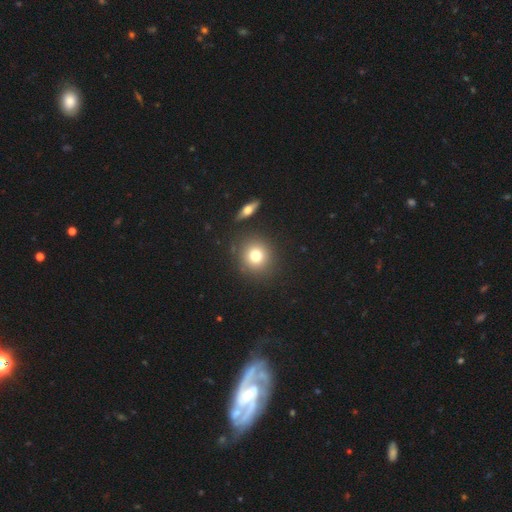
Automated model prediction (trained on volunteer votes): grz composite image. It shows a smooth galaxy with no disk features (76%) that is round (90%). Merging: none (86%).